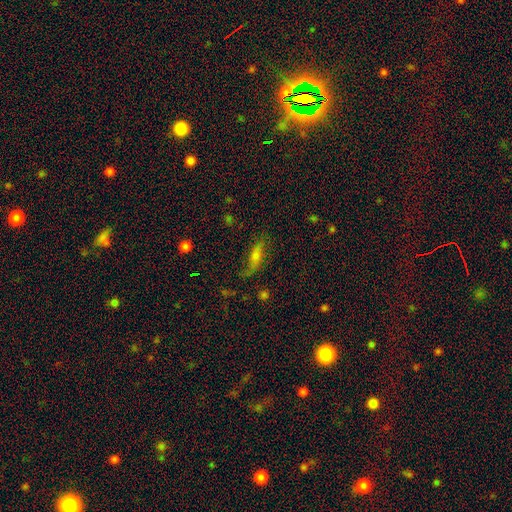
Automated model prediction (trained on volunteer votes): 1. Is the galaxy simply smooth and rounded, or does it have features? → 46% smooth, 41% featured or disk, 13% star or artifact.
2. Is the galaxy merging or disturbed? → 62% none, 23% minor disturbance, 12% major disturbance, 3% merger.